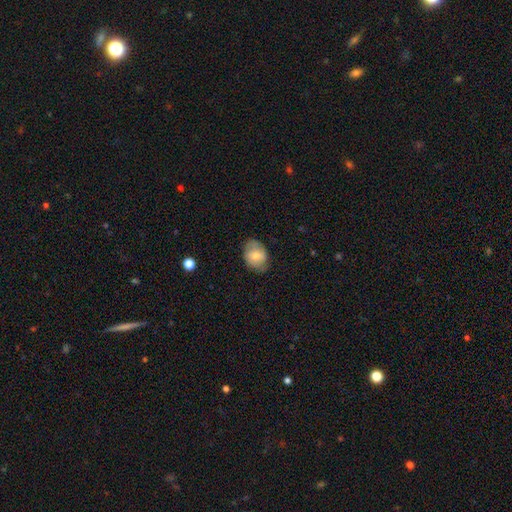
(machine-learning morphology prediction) smooth_or_featured: smooth (p=0.67) [alt: featured or disk p=0.26]
how_rounded: in between (p=0.60) [alt: round p=0.39]
merging: none (p=0.71) [alt: minor disturbance p=0.22]